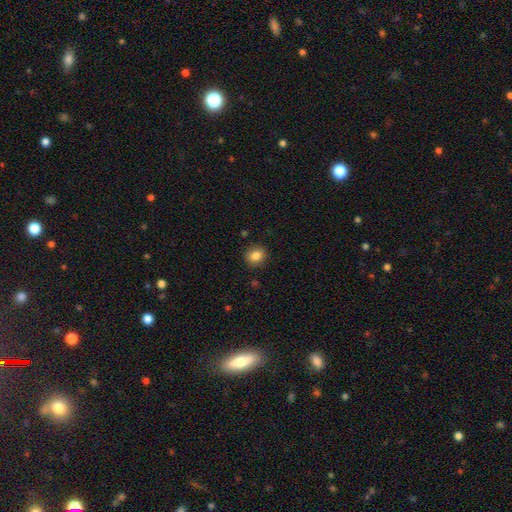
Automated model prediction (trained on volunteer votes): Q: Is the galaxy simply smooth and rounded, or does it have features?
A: smooth — 85%.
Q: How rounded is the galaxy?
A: round — 70%.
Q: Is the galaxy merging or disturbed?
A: none — 88%.